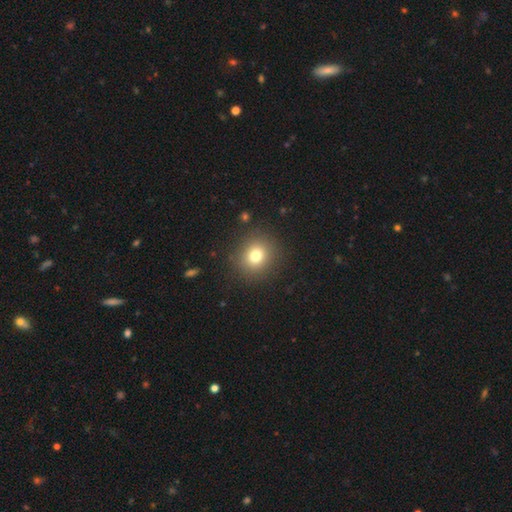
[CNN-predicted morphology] smooth 77%, star or artifact 13%, featured or disk 10%. Down the decision tree: how rounded — round (86%); merging — none (89%).